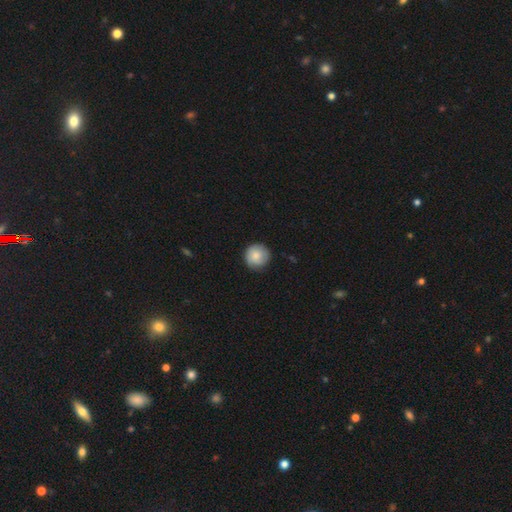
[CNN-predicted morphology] smooth 81%, featured or disk 13%, star or artifact 7%. Down the decision tree: how rounded — round (95%); merging — none (86%).